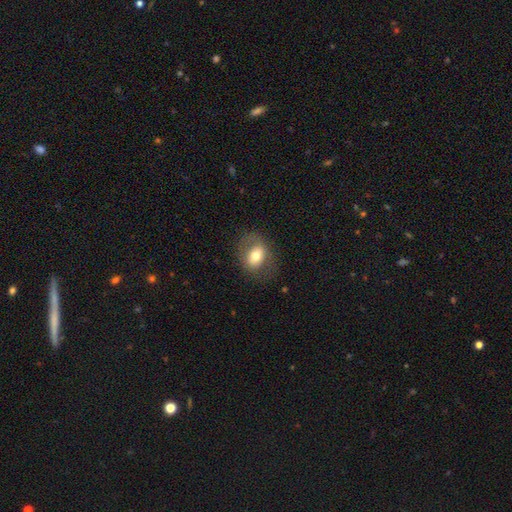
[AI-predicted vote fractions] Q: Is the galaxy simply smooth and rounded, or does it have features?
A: smooth — 63%.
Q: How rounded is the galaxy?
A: in between — 63%.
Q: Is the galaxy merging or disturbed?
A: none — 73%.